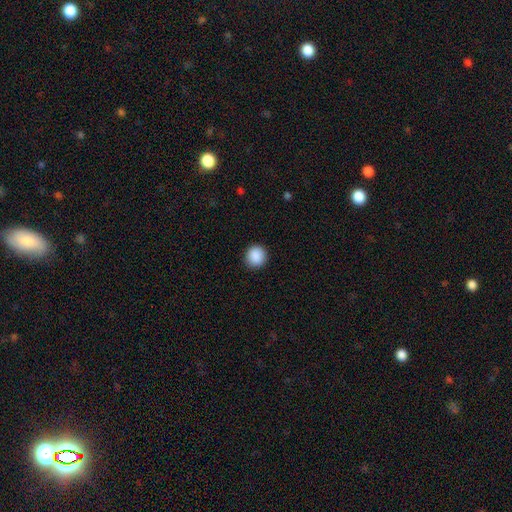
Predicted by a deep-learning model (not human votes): A smooth galaxy with no disk features (89%) that is round (92%).

Vote fractions:
- Smooth or featured? smooth: 89% / star or artifact: 8% / featured or disk: 2%
- How rounded? round: 92% / in between: 7% / cigar-shaped: 1%
- Merging? none: 91% / minor disturbance: 6% / major disturbance: 2% / merger: 1%